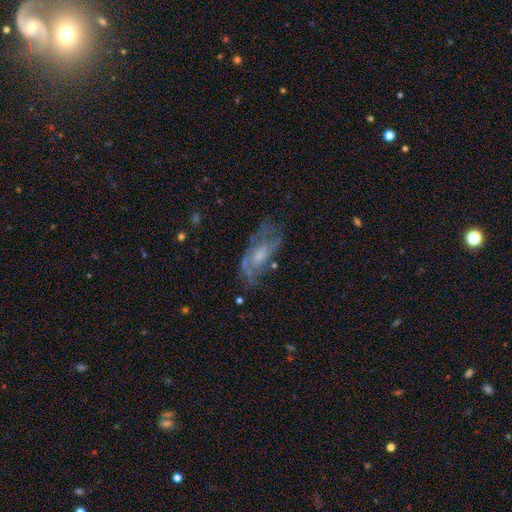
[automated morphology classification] This is likely a featured or disk galaxy (65%). It is clearly not viewed edge-on (88%). Bar: possibly no (54%). Spiral arm pattern: clearly yes (82%). Central bulge: possibly moderate (49%). Merging: likely none (71%).